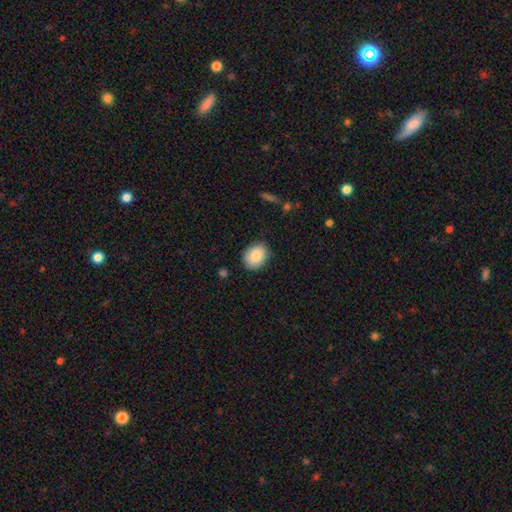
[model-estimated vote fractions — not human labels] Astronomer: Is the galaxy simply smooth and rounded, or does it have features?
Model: smooth — 86%.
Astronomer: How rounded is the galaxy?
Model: in between — 55% (runner-up: round, 45%).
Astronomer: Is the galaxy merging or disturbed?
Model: none — 85%.